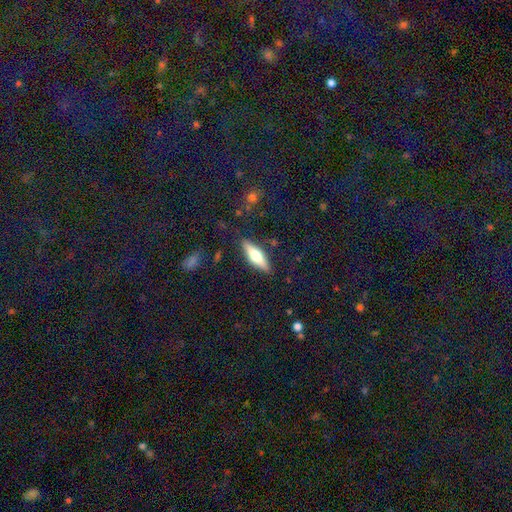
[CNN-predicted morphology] Smooth or featured: smooth — 48% (featured or disk — 45%)
Merging: none — 86% (minor disturbance — 10%)